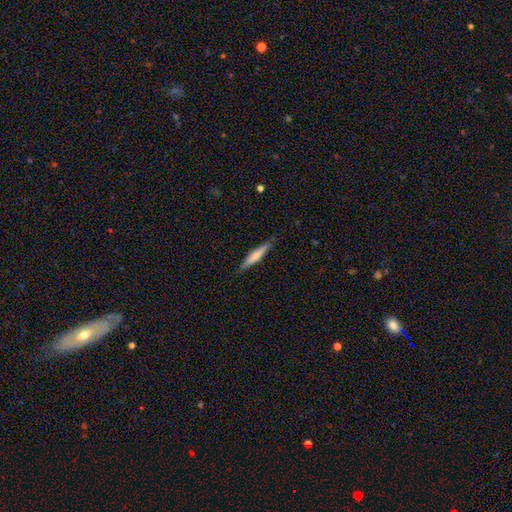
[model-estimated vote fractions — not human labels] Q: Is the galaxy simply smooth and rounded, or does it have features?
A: smooth — 58%.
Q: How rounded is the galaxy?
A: cigar-shaped — 92%.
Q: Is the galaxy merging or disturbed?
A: none — 87%.